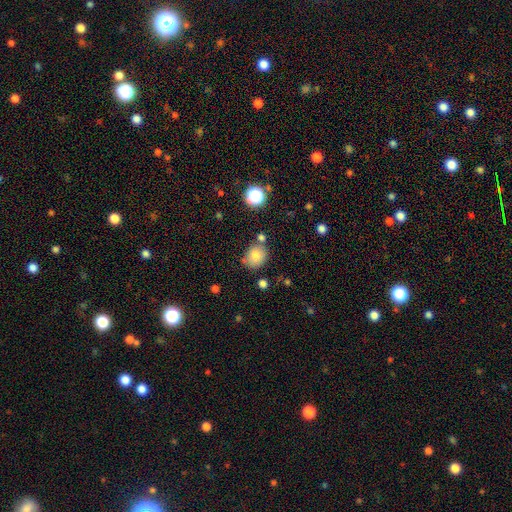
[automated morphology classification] type=smooth (80%); roundness=round (59%); merging=none (70%).